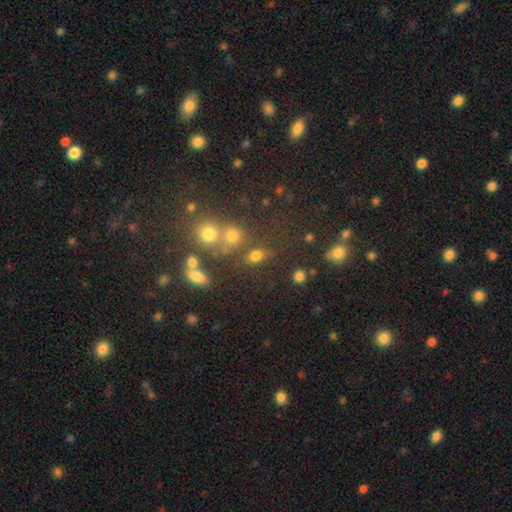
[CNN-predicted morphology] type=smooth (73%); roundness=in between (62%); merging=none (62%).